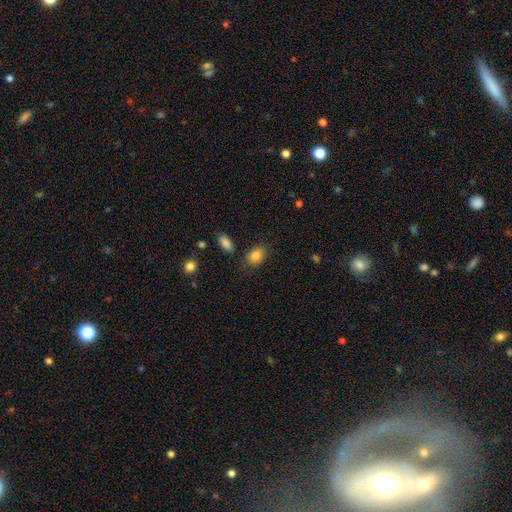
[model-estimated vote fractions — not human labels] smooth-or-featured: smooth: 85% | star or artifact: 8% | featured or disk: 7%
  how-rounded: in between: 79% | round: 19% | cigar-shaped: 1%
  merging: none: 75% | minor disturbance: 17% | major disturbance: 4% | merger: 4%